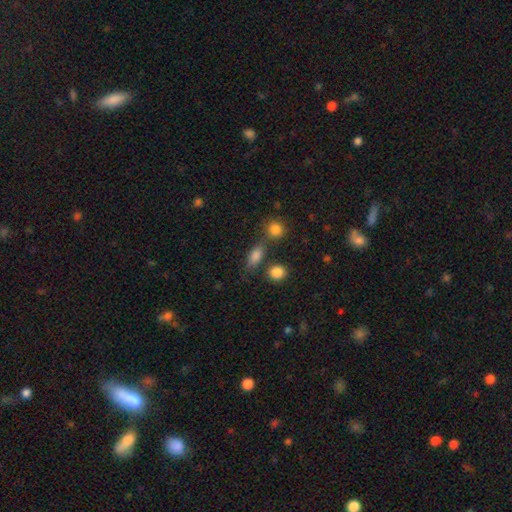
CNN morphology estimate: A smooth galaxy with no disk features (83%) that is in between round and cigar-shaped (75%). Merging: none (65%).